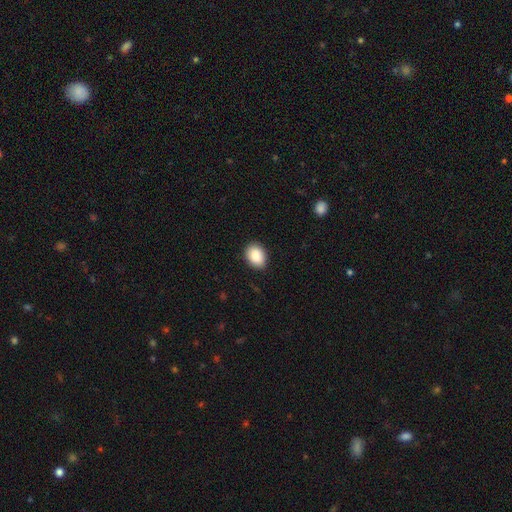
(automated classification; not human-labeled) A smooth galaxy with no disk features (88%) that is in between round and cigar-shaped (70%). Merging: none (86%).